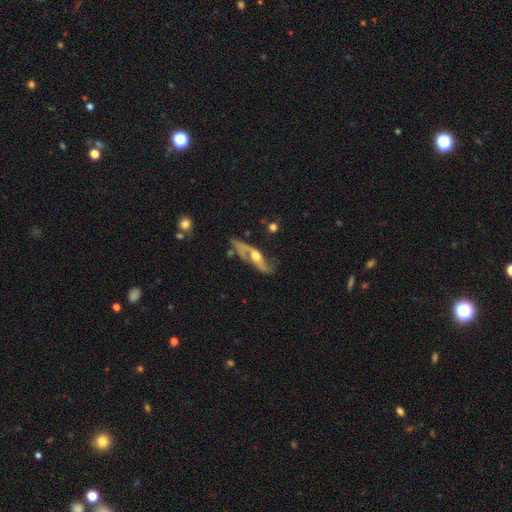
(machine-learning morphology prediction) A featured or disk galaxy (77%) with no bar (61%), spiral arms (84%) and a moderate central bulge (70%). Merging: none (45%).